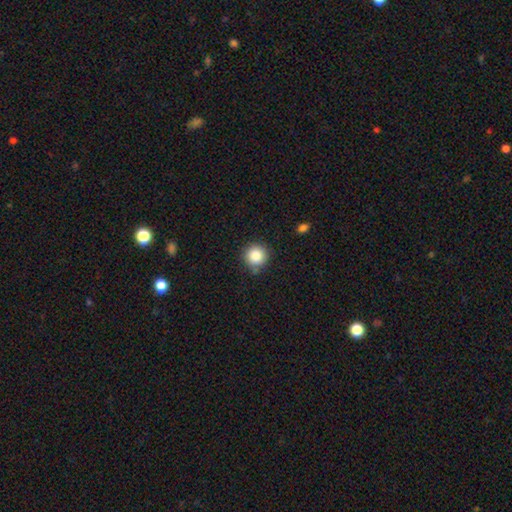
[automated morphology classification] This is clearly a smooth galaxy (85%). How rounded: clearly round (95%). Merging: clearly none (84%).